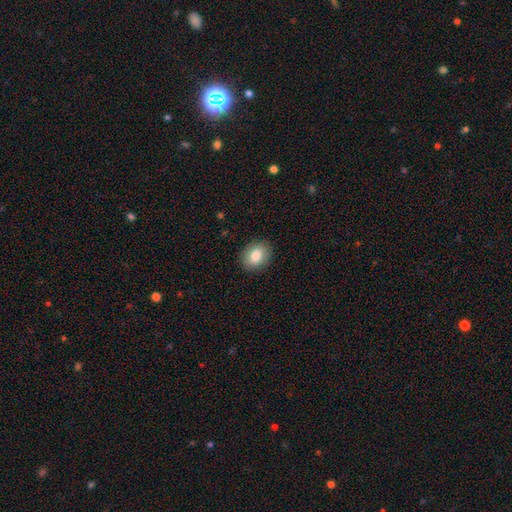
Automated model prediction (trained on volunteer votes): smooth-or-featured: smooth: 82% | featured or disk: 9% | star or artifact: 8%
  how-rounded: in between: 51% | round: 49% | cigar-shaped: 1%
  merging: none: 90% | minor disturbance: 7% | major disturbance: 2% | merger: 1%